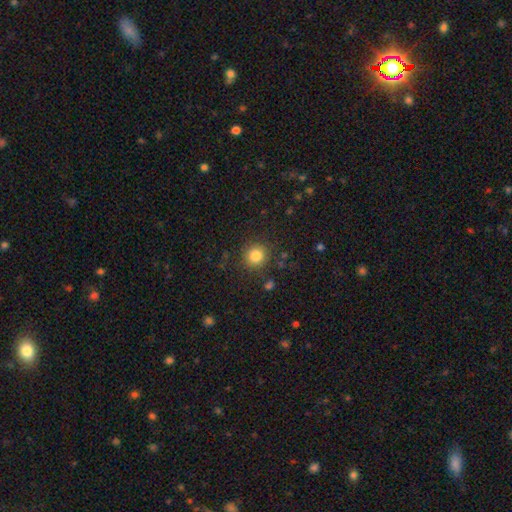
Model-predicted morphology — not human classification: Smooth or featured? smooth (83%)
How rounded? round (92%)
Merging? none (86%)